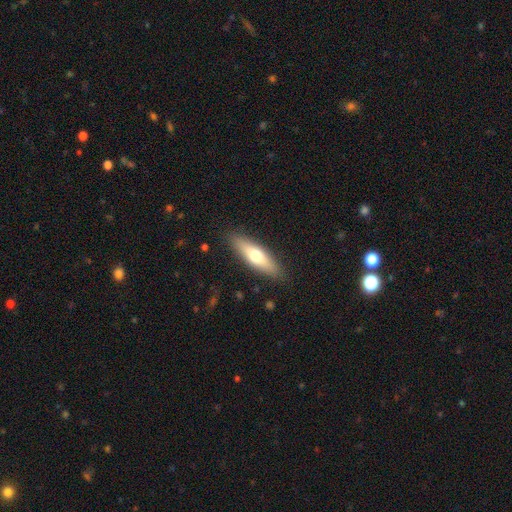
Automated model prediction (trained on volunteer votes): Smooth or featured: smooth — 60% (featured or disk — 34%)
How rounded: cigar-shaped — 61% (in between — 37%)
Merging: none — 88% (minor disturbance — 9%)